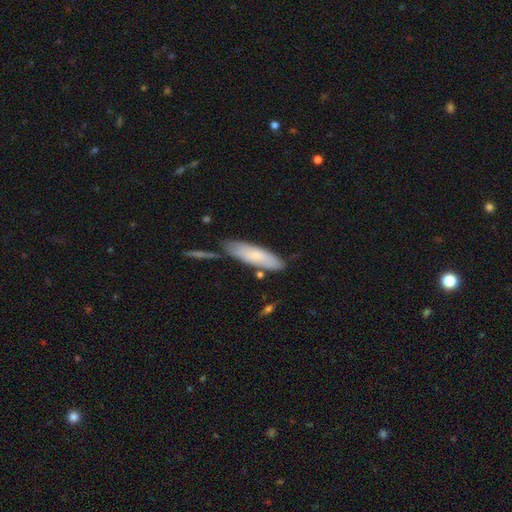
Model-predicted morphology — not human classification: This appears to be a smooth galaxy with no disk features (72%) that is cigar-shaped (57%). Merging: none (68%).